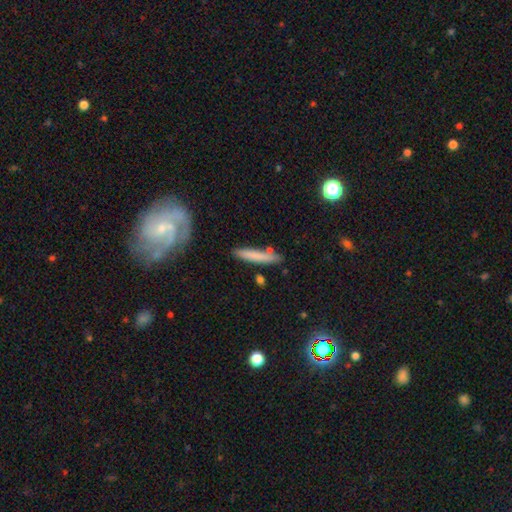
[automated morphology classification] This appears to be a smooth galaxy with no disk features (72%) that is cigar-shaped (92%). Merging: none (80%).